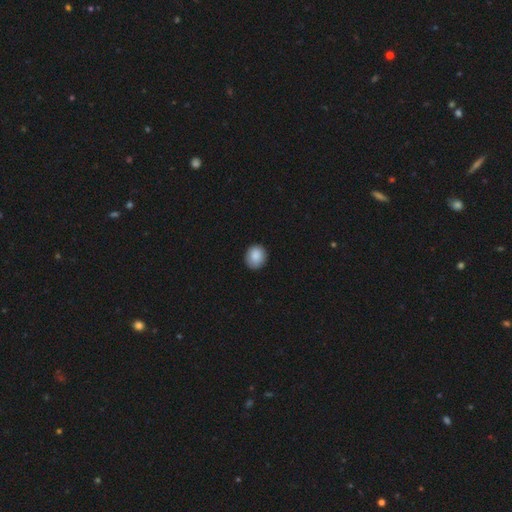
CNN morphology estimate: Smooth or featured? smooth (88%)
How rounded? round (73%)
Merging? none (87%)